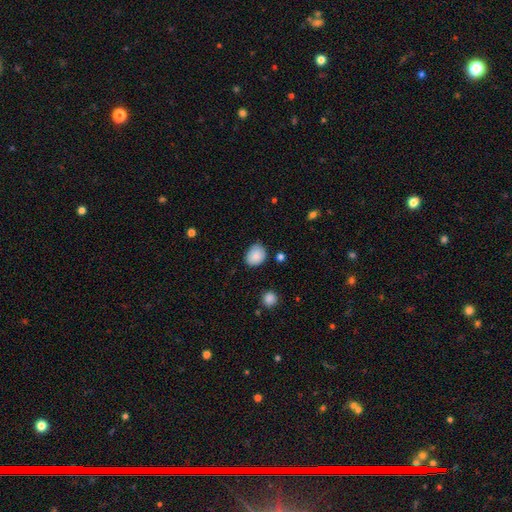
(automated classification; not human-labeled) Smooth or featured? smooth (86%)
How rounded? in between (56%)
Merging? none (73%)